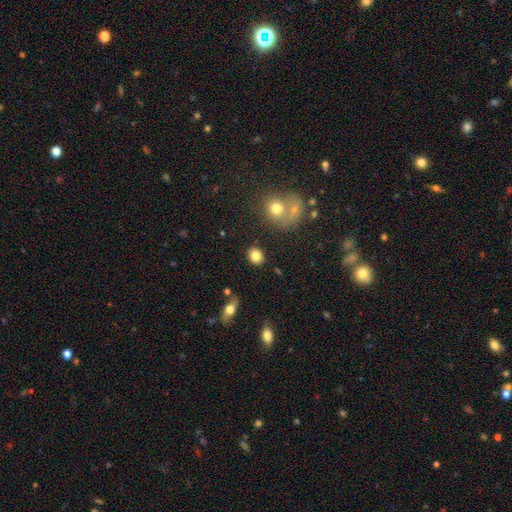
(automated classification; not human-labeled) A smooth galaxy with no disk features (83%) that is round (61%).

Vote fractions:
- Smooth or featured? smooth: 83% / star or artifact: 10% / featured or disk: 7%
- How rounded? round: 61% / in between: 37% / cigar-shaped: 1%
- Merging? none: 85% / minor disturbance: 8% / merger: 4% / major disturbance: 3%